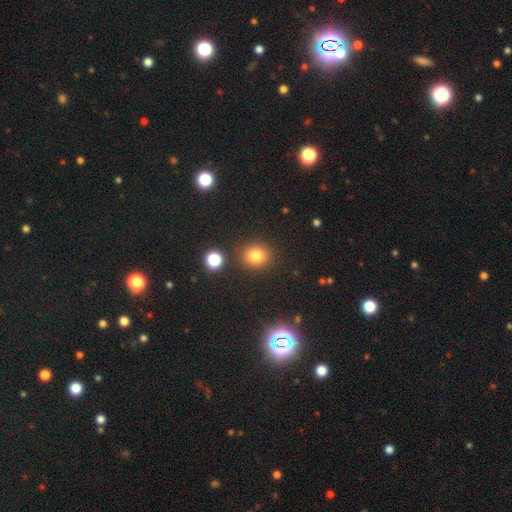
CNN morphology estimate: A smooth galaxy with no disk features (77%) that is round (81%). Merging: none (86%).